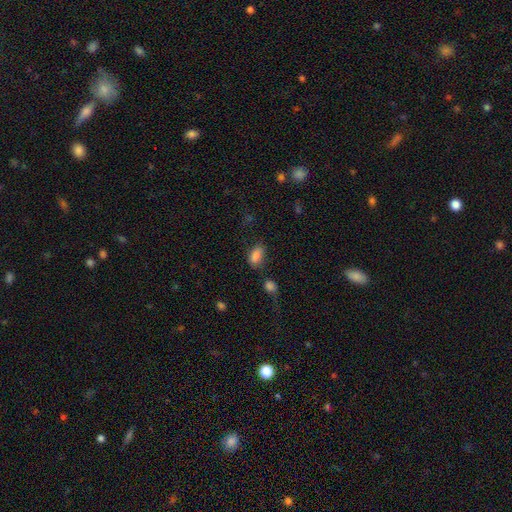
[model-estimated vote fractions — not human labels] Morphology: type=smooth (85%); roundness=in between (90%); merging=none (62%).